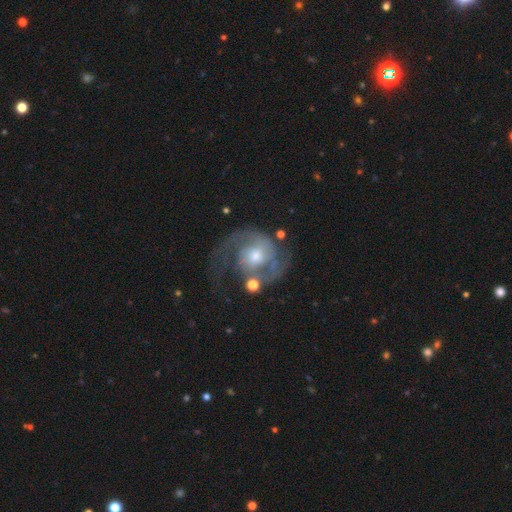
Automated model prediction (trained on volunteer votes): smooth_or_featured: featured or disk (p=0.86) [alt: smooth p=0.08]
disk_edge_on: no (p=0.98) [alt: yes p=0.02]
bar: no (p=0.68) [alt: weak p=0.27]
has_spiral_arms: yes (p=0.95) [alt: no p=0.05]
spiral_winding: medium (p=0.47) [alt: tight p=0.35]
spiral_arm_count: 2 (p=0.67) [alt: 1 p=0.18]
bulge_size: moderate (p=0.59) [alt: small p=0.29]
merging: none (p=0.52) [alt: major disturbance p=0.23]